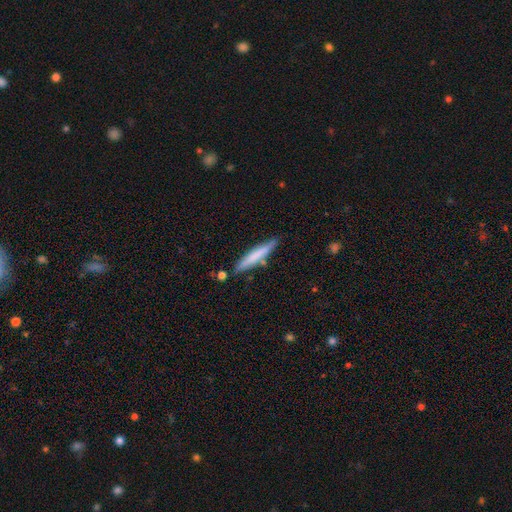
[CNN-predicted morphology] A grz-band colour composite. It shows a smooth galaxy with no disk features (66%) that is cigar-shaped (94%). Merging: none (81%).